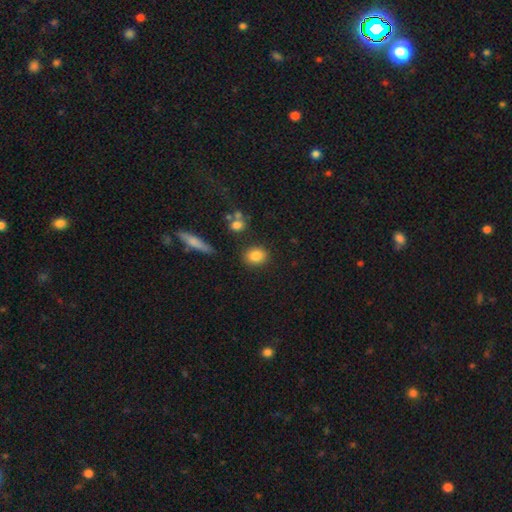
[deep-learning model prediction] smooth-or-featured: smooth: 84% | star or artifact: 9% | featured or disk: 7%
  how-rounded: round: 53% | in between: 45% | cigar-shaped: 2%
  merging: none: 85% | minor disturbance: 9% | merger: 4% | major disturbance: 3%